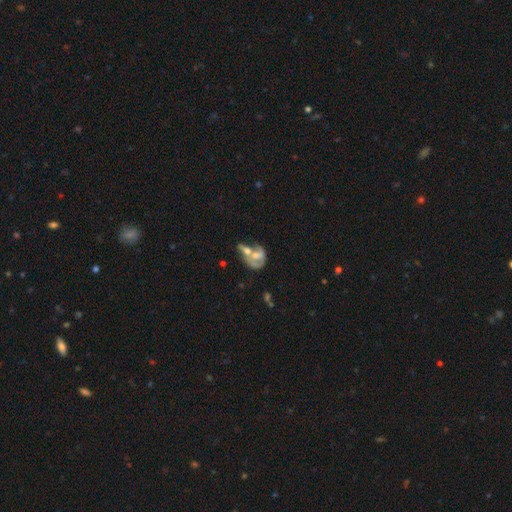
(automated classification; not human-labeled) Smooth or featured?
  - featured or disk: 56% *
  - smooth: 35%
  - star or artifact: 9%
Edge-on disk?
  - no: 96% *
  - yes: 4%
Bar?
  - no: 71% *
  - weak: 22%
  - strong: 6%
Spiral arms?
  - no: 51% *
  - yes: 49%
Bulge size?
  - moderate: 52% *
  - small: 26%
  - none: 12%
  - large: 9%
  - dominant: 2%
Merging?
  - merger: 58% *
  - none: 16%
  - major disturbance: 16%
  - minor disturbance: 10%